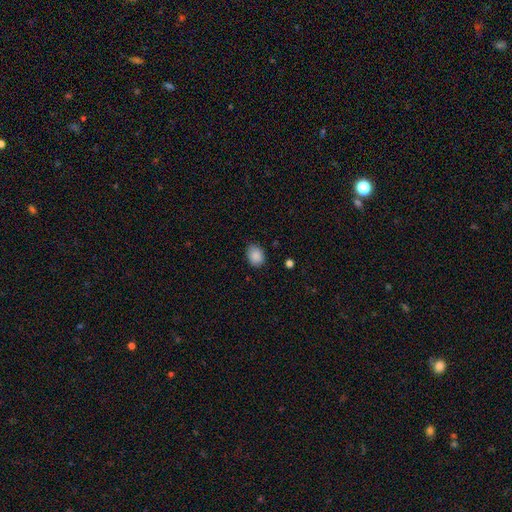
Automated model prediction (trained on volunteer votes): Smooth or featured? smooth (88%)
How rounded? in between (62%)
Merging? none (81%)